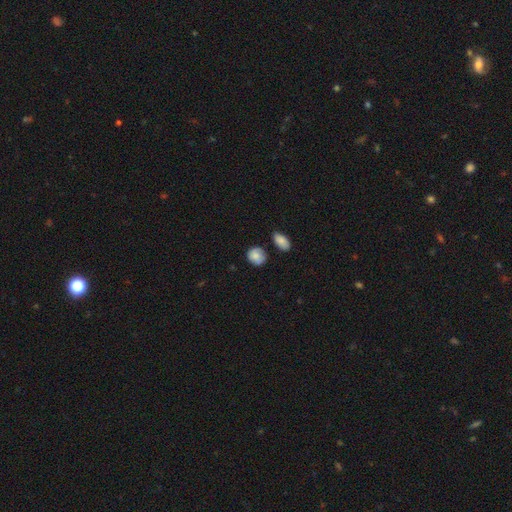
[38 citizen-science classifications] Smooth or featured? smooth (76%)
How rounded? round (76%)
Merging? none (69%)